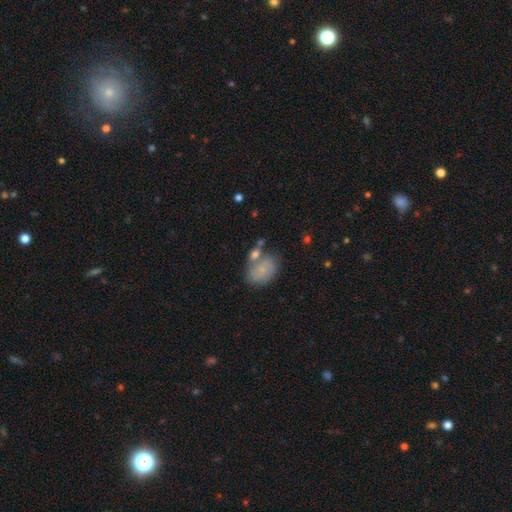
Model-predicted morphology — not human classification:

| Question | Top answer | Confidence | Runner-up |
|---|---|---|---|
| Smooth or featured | smooth | 50% | featured or disk (36%) |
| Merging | none | 53% | merger (20%) |